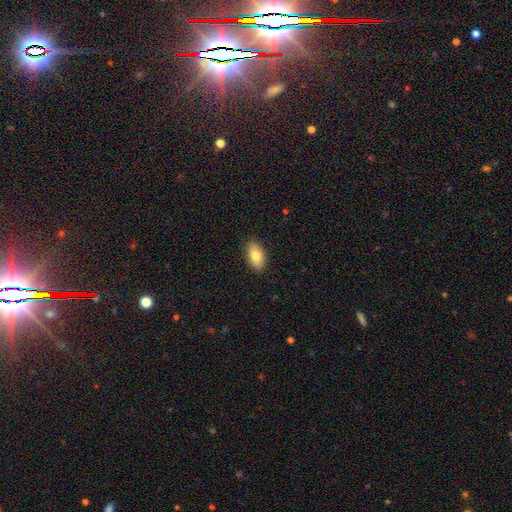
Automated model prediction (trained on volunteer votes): The model was most divided on "smooth or featured": smooth: 80%, featured or disk: 14%, star or artifact: 7%. More confident: how rounded — in between (91%); merging — none (88%).